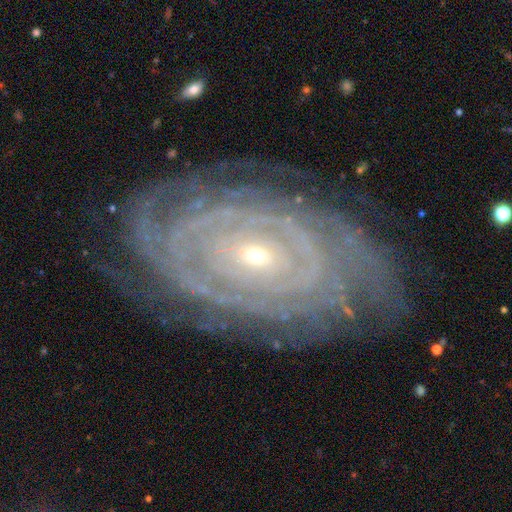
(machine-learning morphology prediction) This appears to be a featured or disk galaxy (89%) with no bar (60%), tight (89%) spiral arms (97%) and a small central bulge (68%). Merging: none (82%).